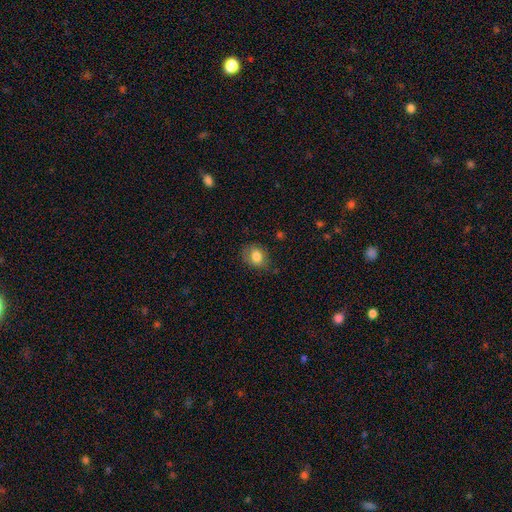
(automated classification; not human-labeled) This is clearly a smooth galaxy (81%). How rounded: possibly round (50%). Merging: likely none (75%).